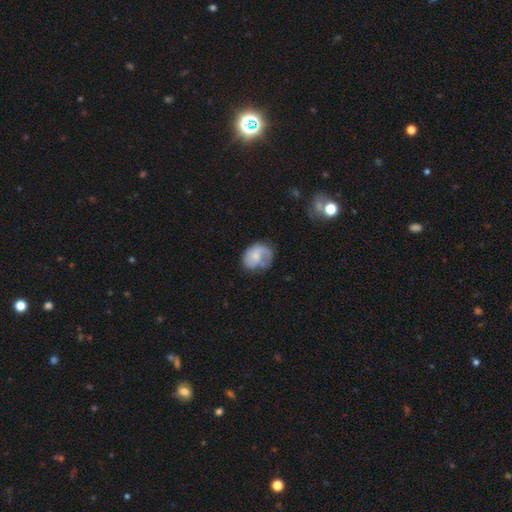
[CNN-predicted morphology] Q: Smooth or featured?
A: featured or disk (51%); runner-up: smooth (43%)
Q: Edge-on disk?
A: no (97%); runner-up: yes (3%)
Q: Merging?
A: none (42%); runner-up: minor disturbance (28%)